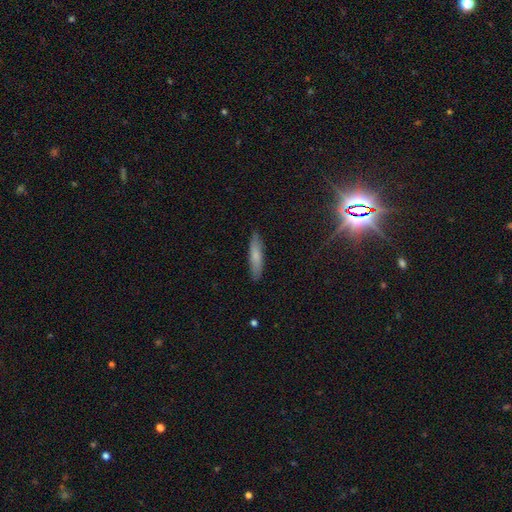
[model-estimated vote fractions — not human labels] smooth-or-featured: smooth: 71% | featured or disk: 22% | star or artifact: 7%
  how-rounded: cigar-shaped: 81% | in between: 17% | round: 2%
  merging: none: 87% | minor disturbance: 10% | major disturbance: 2% | merger: 1%